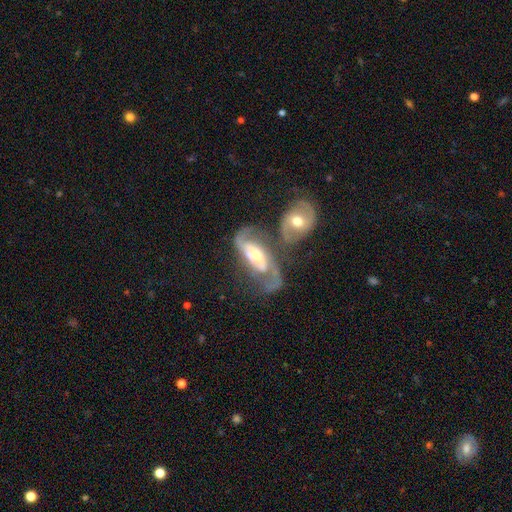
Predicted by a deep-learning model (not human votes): The model was most divided on "bar": no: 39%, weak: 37%, strong: 24%. Remaining: edge-on disk — no (92%); spiral arms — yes (91%); smooth or featured — featured or disk (80%); spiral arm count — 2 (76%); bulge size — moderate (61%); merging — merger (48%); spiral winding — medium (45%).